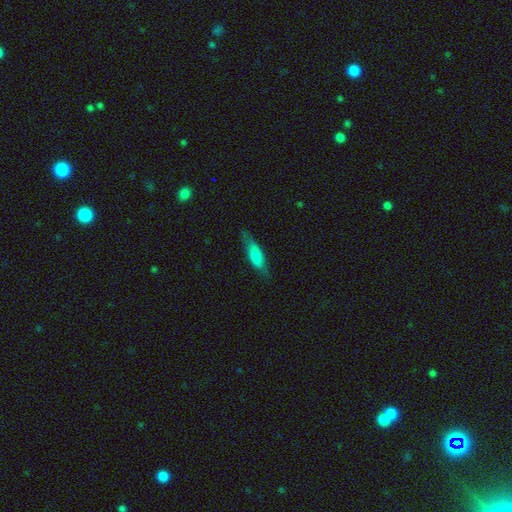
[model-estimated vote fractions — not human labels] This appears to be a smooth galaxy with no disk features (75%) that is cigar-shaped (53%). Merging: none (67%).